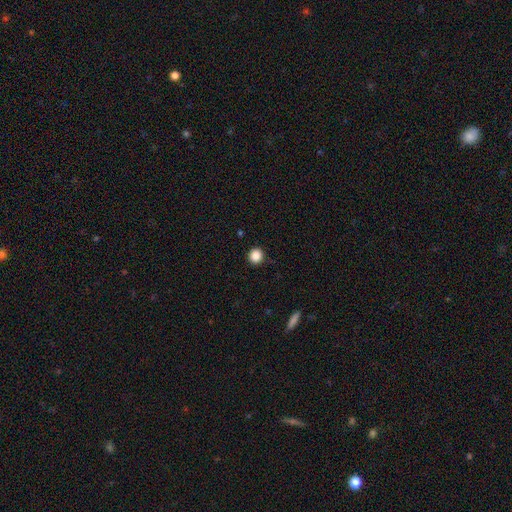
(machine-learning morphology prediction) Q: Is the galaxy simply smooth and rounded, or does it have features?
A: smooth — 87%.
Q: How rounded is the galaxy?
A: round — 93%.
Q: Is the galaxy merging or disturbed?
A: none — 90%.